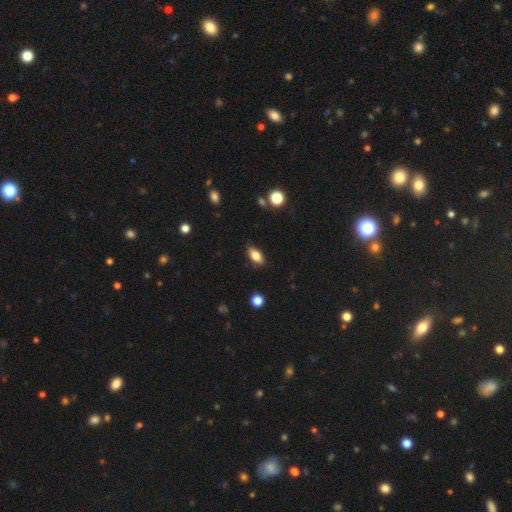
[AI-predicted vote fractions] Smooth or featured: smooth — 81% (featured or disk — 11%)
How rounded: in between — 88% (cigar-shaped — 6%)
Merging: none — 85% (minor disturbance — 12%)